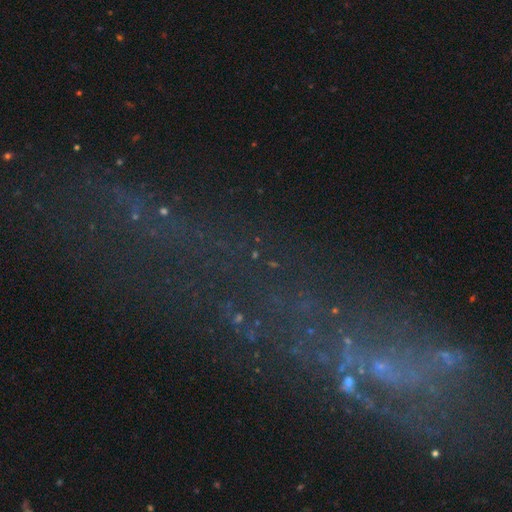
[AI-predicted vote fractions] A star or artifact, not a galaxy (52%).